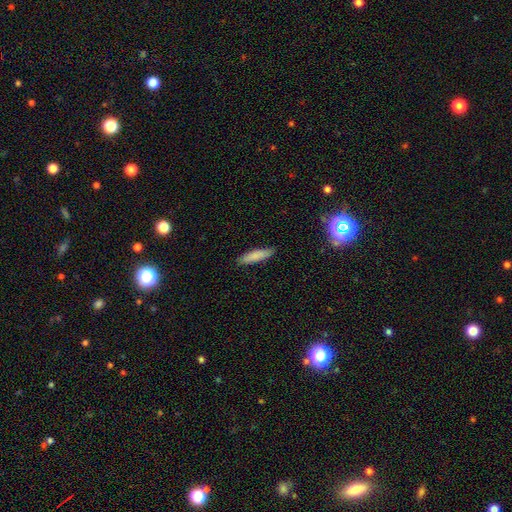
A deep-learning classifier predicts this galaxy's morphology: Smooth or featured?
  - smooth: 83% *
  - featured or disk: 10%
  - star or artifact: 6%
How rounded?
  - cigar-shaped: 74% *
  - in between: 25%
  - round: 1%
Merging?
  - none: 87% *
  - minor disturbance: 11%
  - major disturbance: 2%
  - merger: 1%